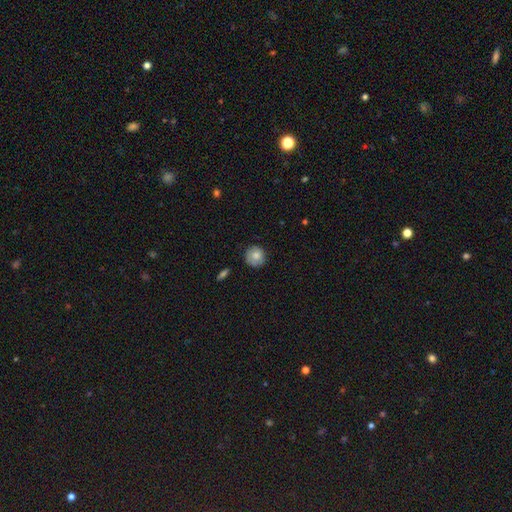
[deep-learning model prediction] The model was most divided on "smooth or featured": smooth: 73%, featured or disk: 19%, star or artifact: 8%. More confident: how rounded — round (90%); merging — none (77%).